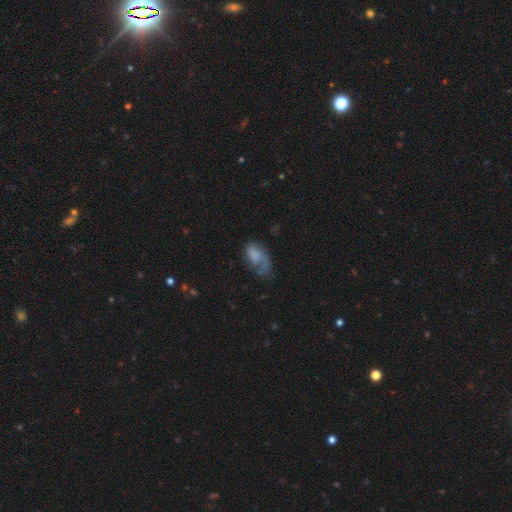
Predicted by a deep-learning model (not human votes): Smooth or featured? Predicted: smooth (p=0.56). How rounded? Predicted: in between (p=0.90). Merging? Predicted: major disturbance (p=0.38).